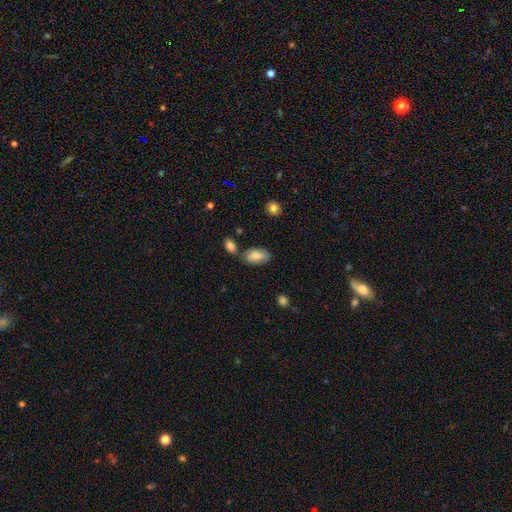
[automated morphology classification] Smooth or featured? Predicted: smooth (p=0.79). How rounded? Predicted: in between (p=0.94). Merging? Predicted: none (p=0.66).